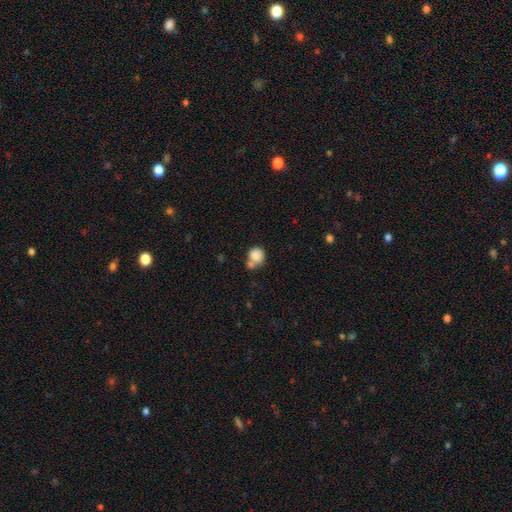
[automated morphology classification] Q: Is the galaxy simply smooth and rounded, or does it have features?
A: smooth — 82%.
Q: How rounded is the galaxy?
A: round — 82%.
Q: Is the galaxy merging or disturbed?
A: none — 44%.